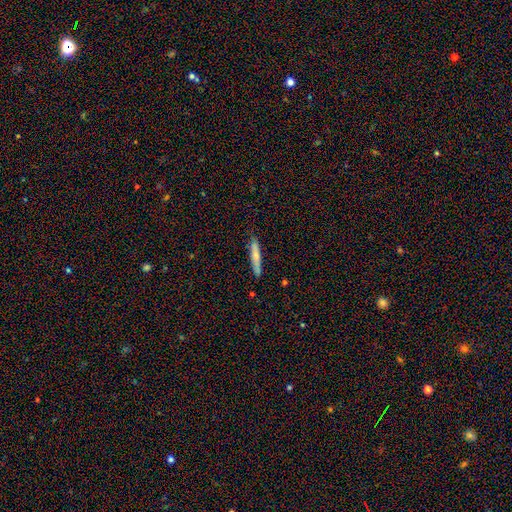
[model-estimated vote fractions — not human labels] Overall: smooth (63%; featured or disk 30%). How rounded: cigar-shaped (92%). Merging: none (83%).